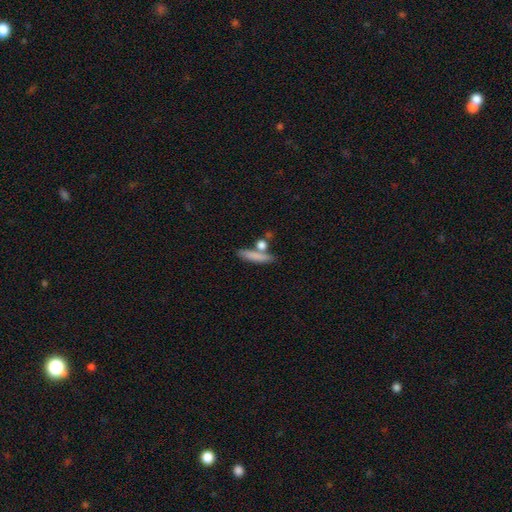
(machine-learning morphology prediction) smooth_or_featured: smooth (p=0.77) [alt: featured or disk p=0.15]
how_rounded: cigar-shaped (p=0.72) [alt: in between p=0.20]
merging: none (p=0.64) [alt: merger p=0.20]